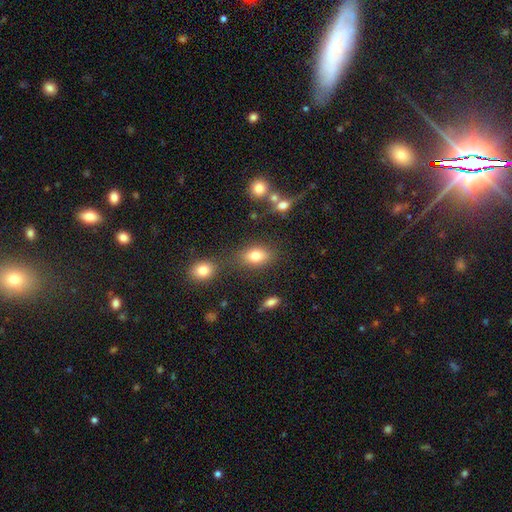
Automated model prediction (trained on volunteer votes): smooth_or_featured: smooth (p=0.79) [alt: star or artifact p=0.10]
how_rounded: in between (p=0.82) [alt: round p=0.16]
merging: none (p=0.73) [alt: minor disturbance p=0.13]